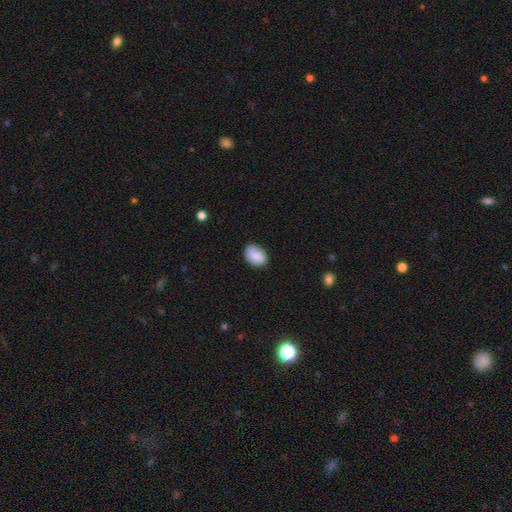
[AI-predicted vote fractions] A smooth galaxy with no disk features (69%) that is in between round and cigar-shaped (68%). Merging: none (72%).